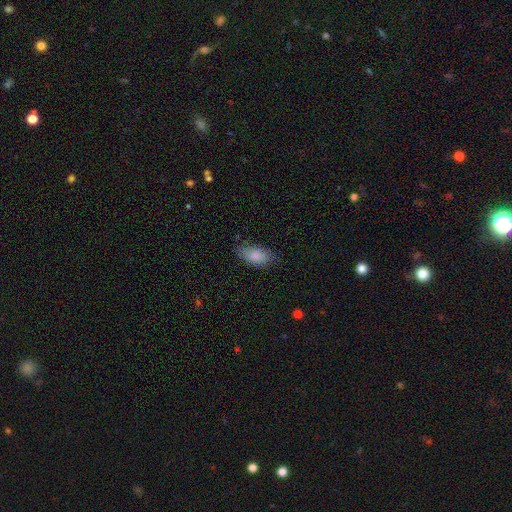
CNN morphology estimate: A smooth galaxy with no disk features (84%) that is in between round and cigar-shaped (92%). Merging: none (74%).